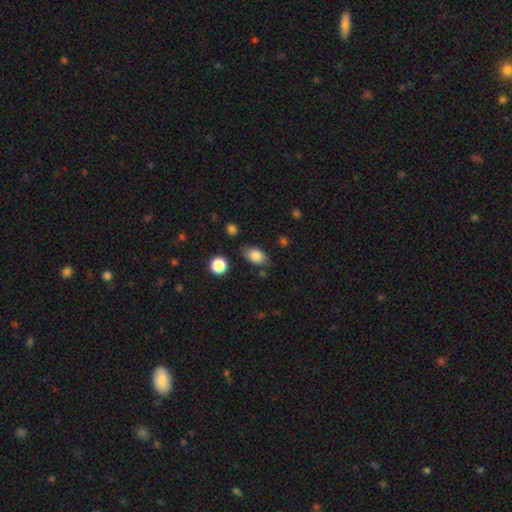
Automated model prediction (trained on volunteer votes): Smooth or featured? smooth (85%)
How rounded? in between (83%)
Merging? none (74%)